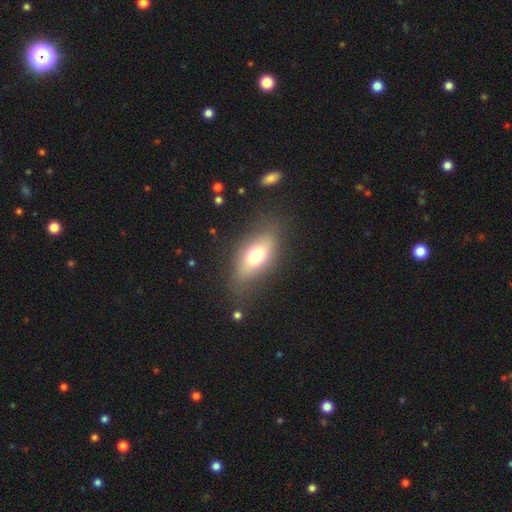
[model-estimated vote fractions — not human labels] Smooth or featured? Predicted: smooth (p=0.66). How rounded? Predicted: in between (p=0.79). Merging? Predicted: none (p=0.75).